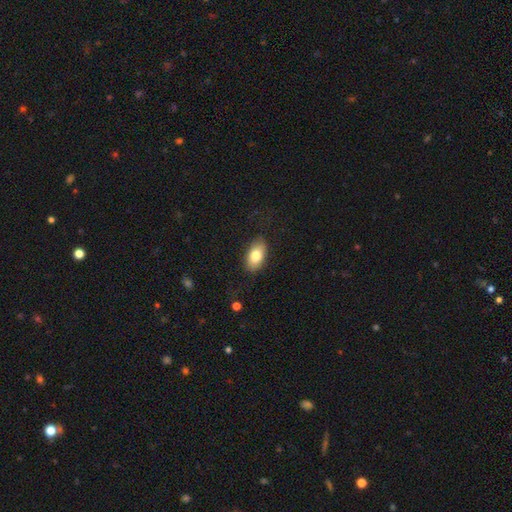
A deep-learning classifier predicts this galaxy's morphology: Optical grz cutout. It shows a smooth galaxy with no disk features (80%) that is in between round and cigar-shaped (92%). Merging: none (84%).